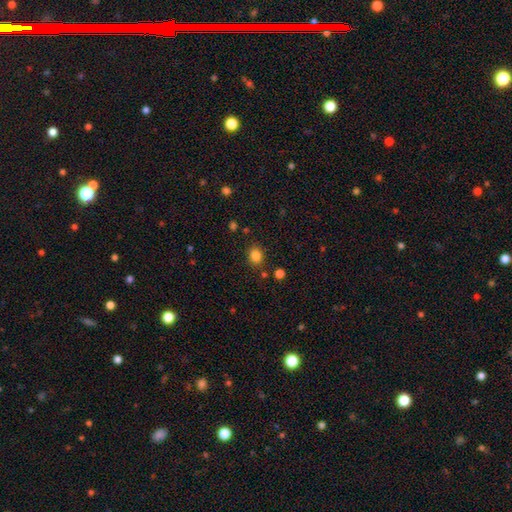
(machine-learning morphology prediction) The model was most divided on "how rounded": round: 63%, in between: 36%, cigar-shaped: 1%. More confident: merging — none (84%); smooth or featured — smooth (83%).